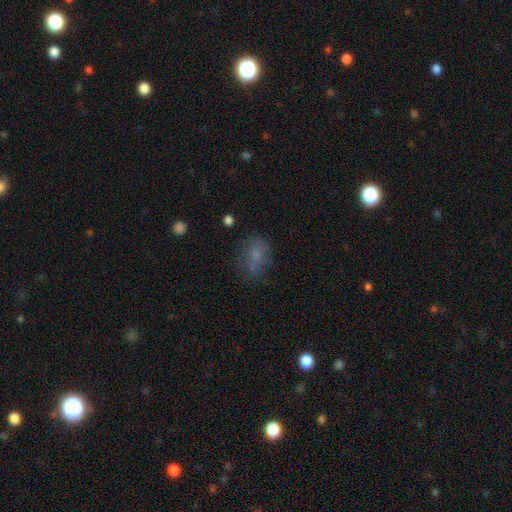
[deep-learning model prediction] A smooth galaxy with no disk features (61%) that is in between round and cigar-shaped (76%). Merging: none (57%).